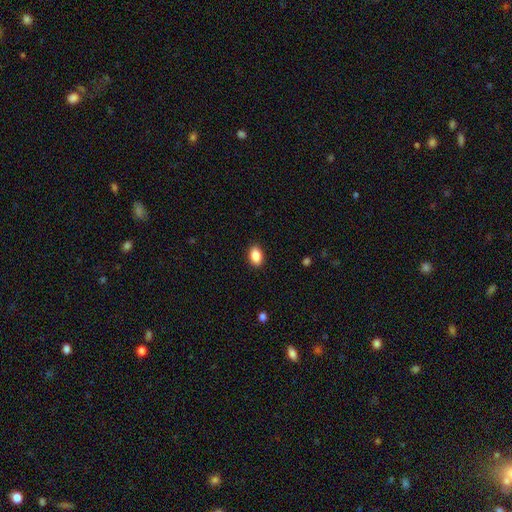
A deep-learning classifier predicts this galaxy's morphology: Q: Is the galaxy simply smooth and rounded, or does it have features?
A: smooth — 88%.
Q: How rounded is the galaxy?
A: in between — 86%.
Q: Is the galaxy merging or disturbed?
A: none — 90%.